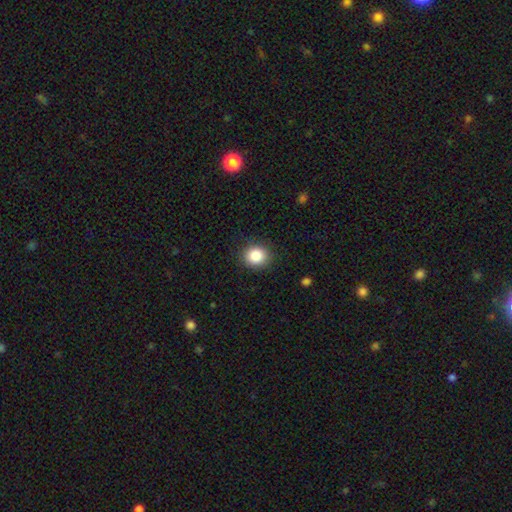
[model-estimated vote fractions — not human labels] A smooth galaxy with no disk features (86%) that is round (77%). Merging: none (89%).